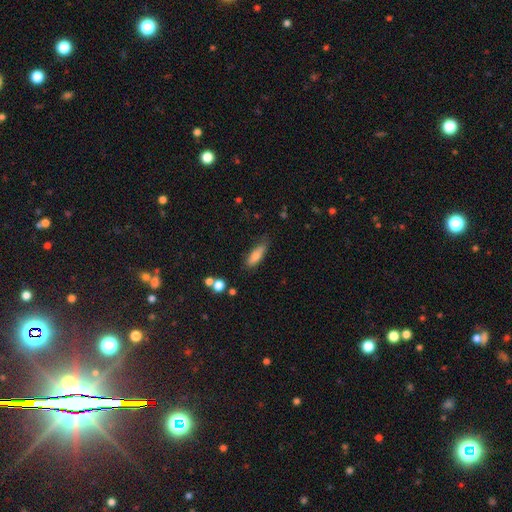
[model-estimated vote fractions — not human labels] The model was most divided on "how rounded": in between: 55%, cigar-shaped: 43%, round: 2%. More confident: smooth or featured — smooth (79%); merging — none (71%).